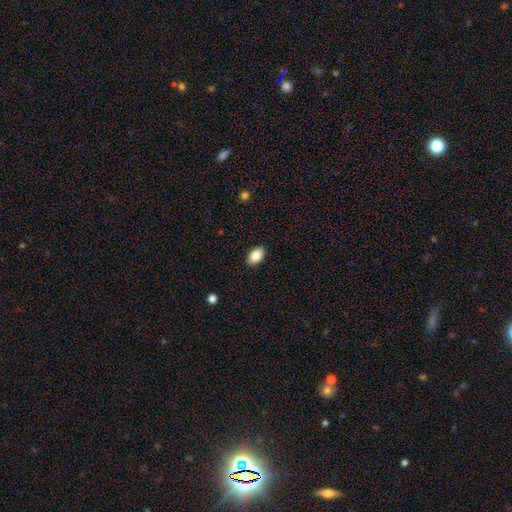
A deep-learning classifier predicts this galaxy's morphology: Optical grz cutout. It shows a smooth galaxy with no disk features (86%) that is in between round and cigar-shaped (90%). Merging: none (89%).